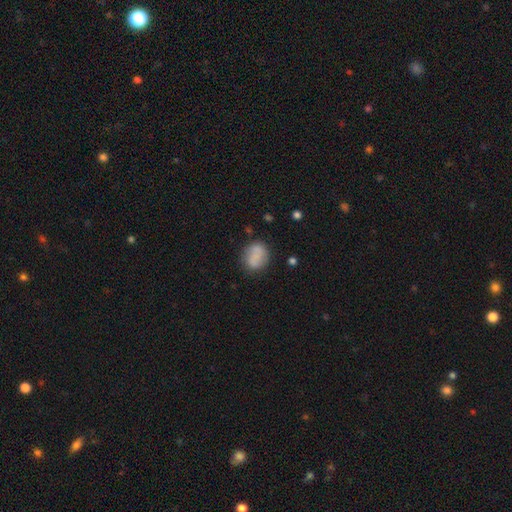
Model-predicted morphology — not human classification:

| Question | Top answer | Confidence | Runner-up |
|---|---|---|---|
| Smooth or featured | smooth | 78% | featured or disk (14%) |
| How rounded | in between | 51% | round (48%) |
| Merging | none | 66% | minor disturbance (20%) |